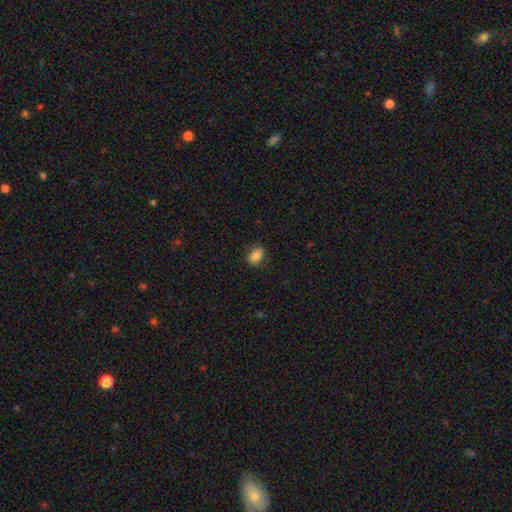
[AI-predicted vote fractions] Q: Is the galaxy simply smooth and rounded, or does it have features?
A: smooth — 85%.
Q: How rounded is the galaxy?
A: in between — 78%.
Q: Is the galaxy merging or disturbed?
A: none — 79%.